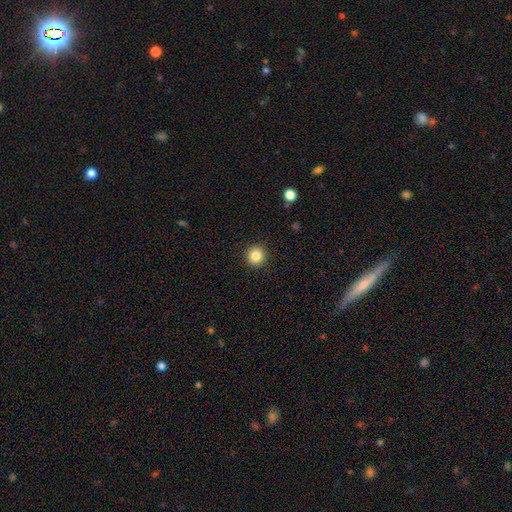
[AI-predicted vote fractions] Morphology: type=smooth (85%); roundness=round (94%); merging=none (92%).